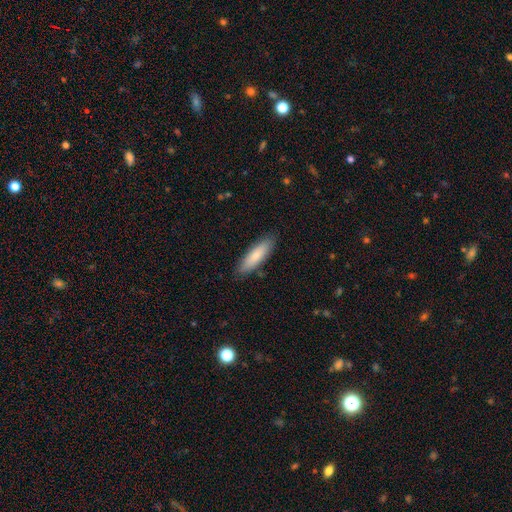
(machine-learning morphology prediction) Q: Smooth or featured?
A: smooth (80%); runner-up: featured or disk (15%)
Q: How rounded?
A: cigar-shaped (61%); runner-up: in between (37%)
Q: Merging?
A: none (87%); runner-up: minor disturbance (10%)